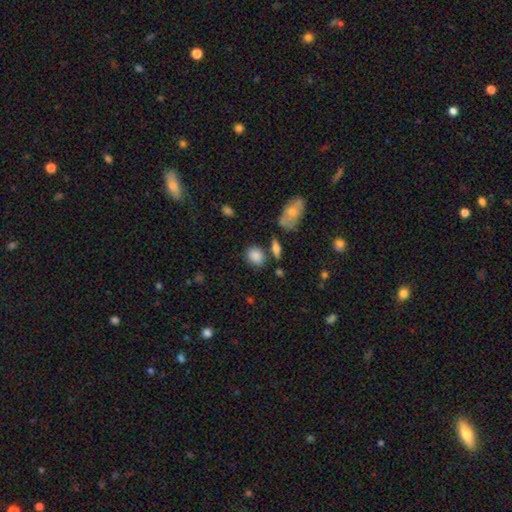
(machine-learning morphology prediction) Q: Smooth or featured?
A: smooth (85%); runner-up: star or artifact (8%)
Q: How rounded?
A: in between (54%); runner-up: round (44%)
Q: Merging?
A: none (72%); runner-up: minor disturbance (15%)